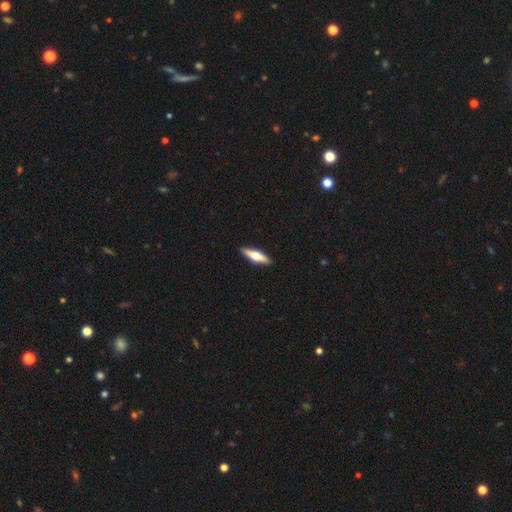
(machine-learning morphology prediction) featured or disk 49%, smooth 46%, star or artifact 5%. Down the decision tree: merging — none (91%).